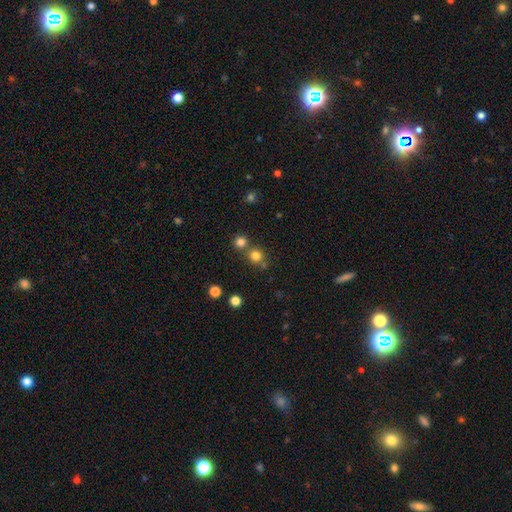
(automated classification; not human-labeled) Q: Smooth or featured?
A: smooth (78%); runner-up: star or artifact (16%)
Q: How rounded?
A: round (88%); runner-up: in between (11%)
Q: Merging?
A: none (65%); runner-up: merger (25%)